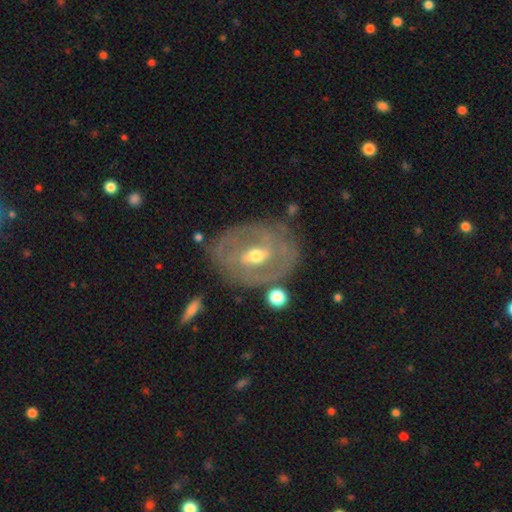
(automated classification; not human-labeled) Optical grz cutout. It shows a featured or disk galaxy (80%) with a weak bar (45%), spiral arms (67%) and a moderate central bulge (62%). Merging: none (73%).